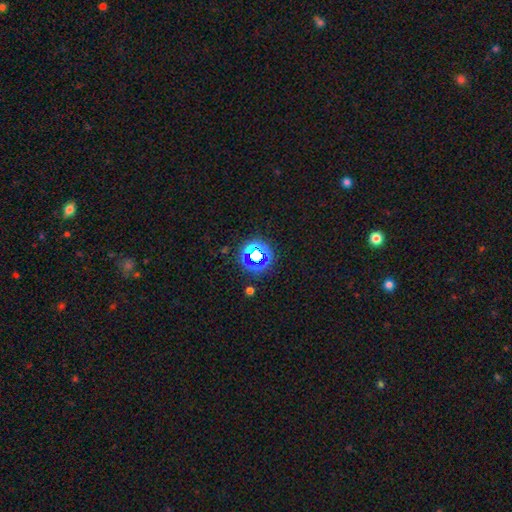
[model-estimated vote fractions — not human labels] Smooth or featured: star or artifact — 64% (smooth — 25%)